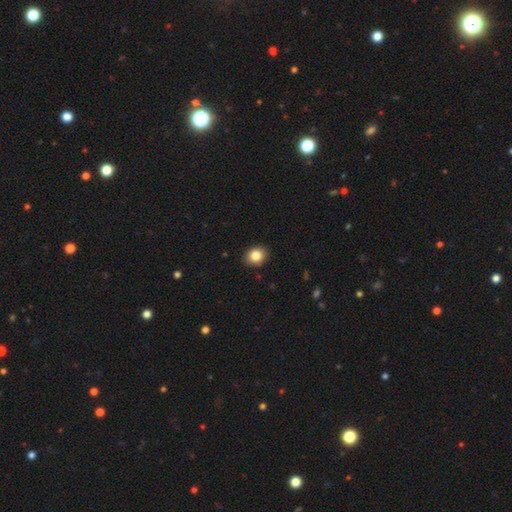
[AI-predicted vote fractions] The model was most divided on "how rounded": round: 54%, in between: 45%, cigar-shaped: 1%. More confident: merging — none (90%); smooth or featured — smooth (84%).